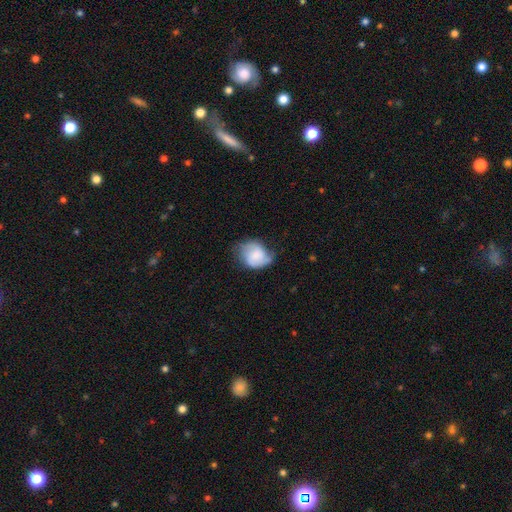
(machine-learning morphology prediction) smooth_or_featured: smooth (p=0.53) [alt: featured or disk p=0.39]
how_rounded: round (p=0.54) [alt: in between p=0.45]
merging: none (p=0.42) [alt: minor disturbance p=0.38]